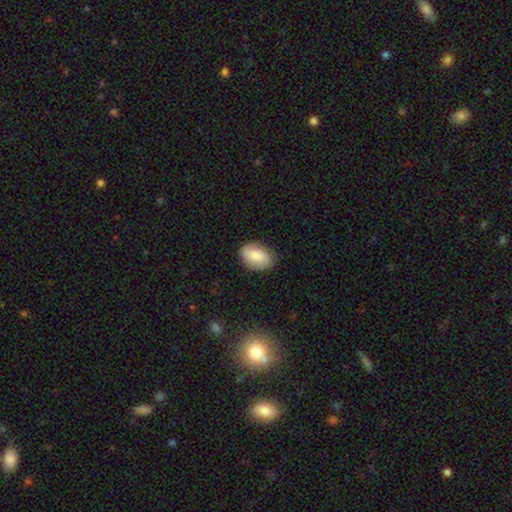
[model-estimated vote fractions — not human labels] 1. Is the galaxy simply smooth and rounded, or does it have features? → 71% smooth, 21% featured or disk, 7% star or artifact.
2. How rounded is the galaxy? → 85% in between, 14% round, 1% cigar-shaped.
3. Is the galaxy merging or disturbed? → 83% none, 13% minor disturbance, 3% major disturbance, 1% merger.